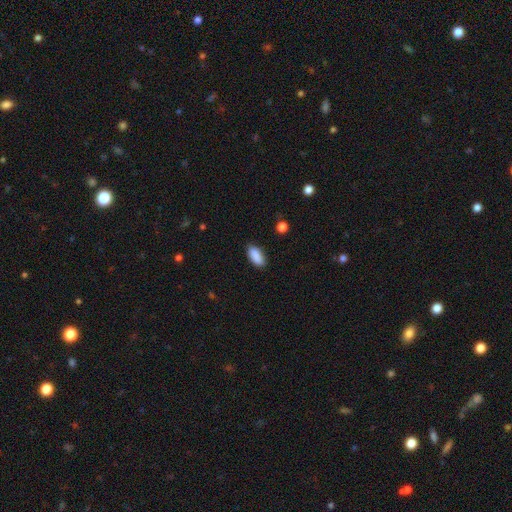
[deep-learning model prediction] The model was most divided on "merging": none: 86%, minor disturbance: 11%, major disturbance: 2%, merger: 1%. More confident: smooth or featured — smooth (90%); how rounded — in between (88%).